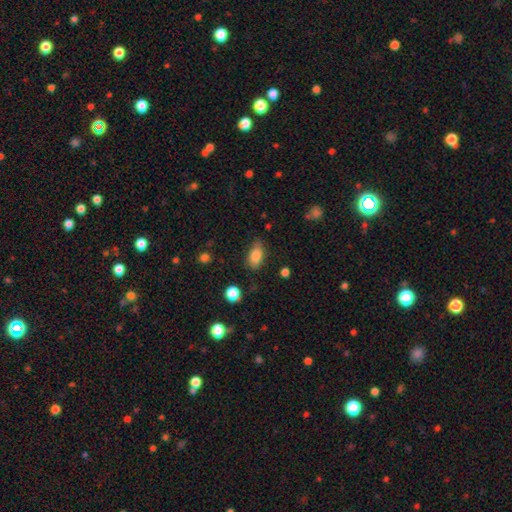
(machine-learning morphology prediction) Q: Smooth or featured?
A: smooth (84%); runner-up: star or artifact (9%)
Q: How rounded?
A: in between (88%); runner-up: cigar-shaped (6%)
Q: Merging?
A: none (73%); runner-up: minor disturbance (21%)